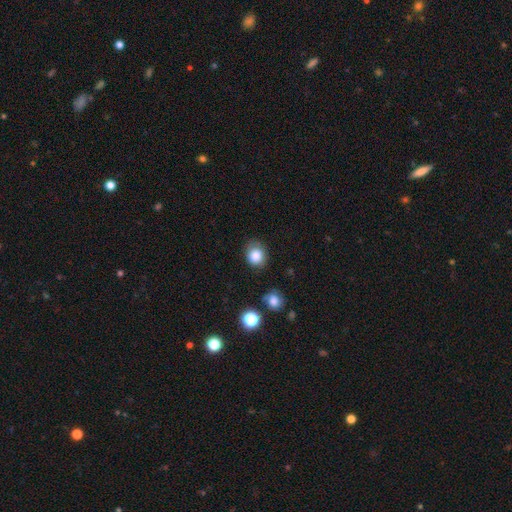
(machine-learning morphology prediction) Q: Smooth or featured?
A: smooth (83%); runner-up: star or artifact (10%)
Q: How rounded?
A: round (66%); runner-up: in between (33%)
Q: Merging?
A: none (68%); runner-up: minor disturbance (23%)